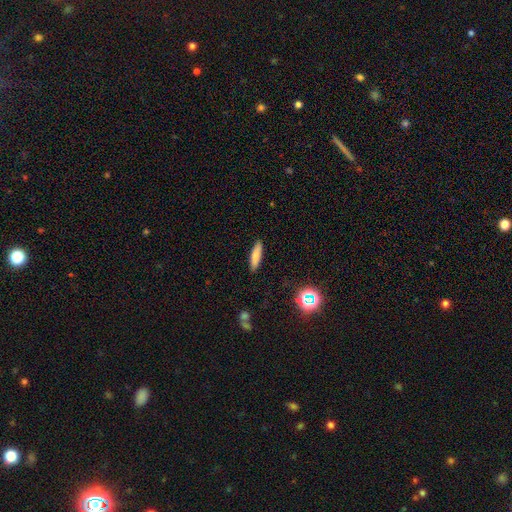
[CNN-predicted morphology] A smooth galaxy with no disk features (77%) that is cigar-shaped (73%).

Vote fractions:
- Smooth or featured? smooth: 77% / featured or disk: 14% / star or artifact: 9%
- How rounded? cigar-shaped: 73% / in between: 25% / round: 2%
- Merging? none: 89% / minor disturbance: 8% / major disturbance: 2% / merger: 1%